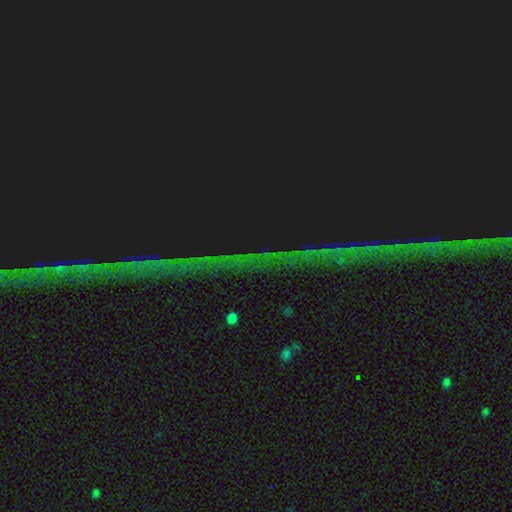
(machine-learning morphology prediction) Overall: star or artifact (83%).